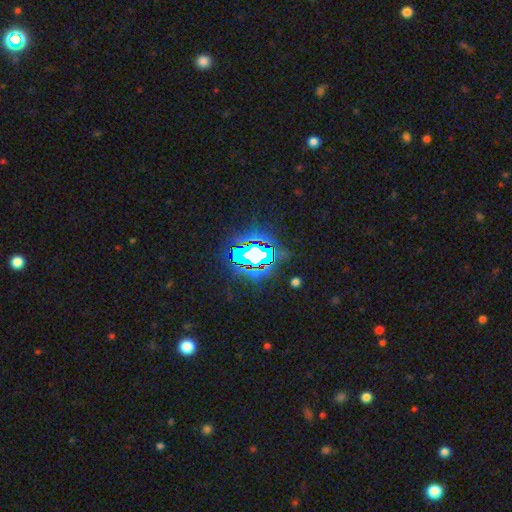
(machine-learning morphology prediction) This appears to be a star or artifact, not a galaxy (77%).